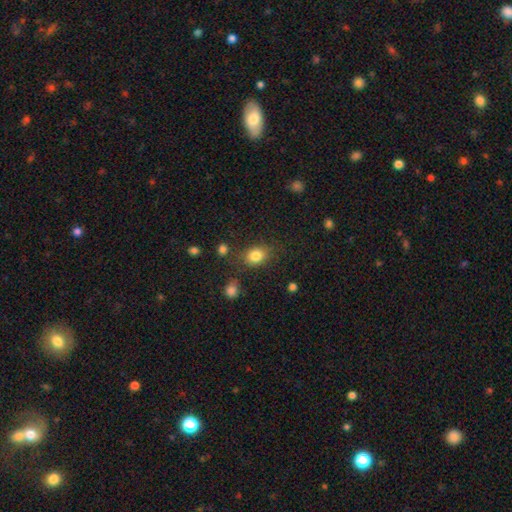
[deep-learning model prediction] This appears to be a smooth galaxy with no disk features (82%) that is in between round and cigar-shaped (58%). Merging: none (74%).